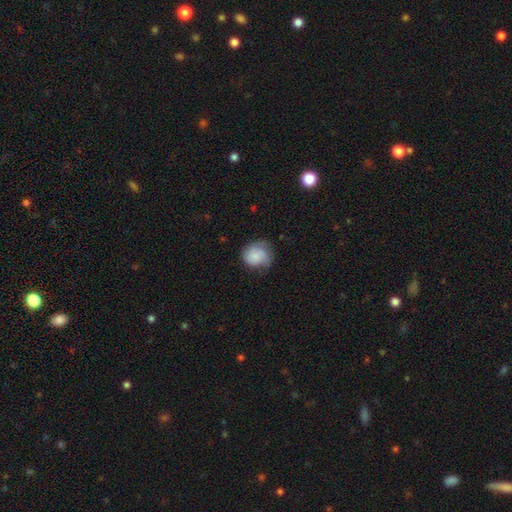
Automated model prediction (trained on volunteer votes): This appears to be a smooth galaxy with no disk features (69%) that is round (71%). Merging: none (51%).